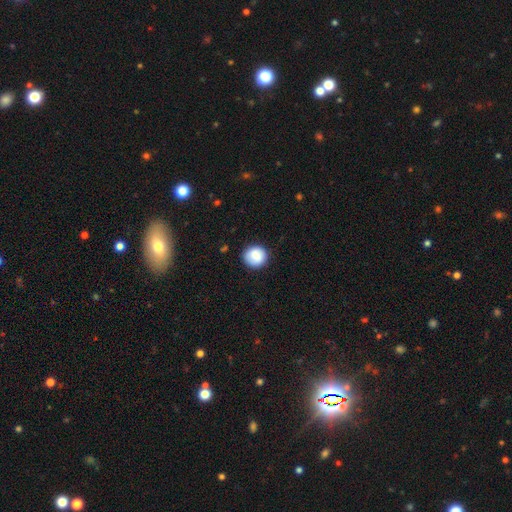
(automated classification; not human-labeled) smooth_or_featured: smooth (p=0.85) [alt: star or artifact p=0.08]
how_rounded: round (p=0.90) [alt: in between p=0.09]
merging: none (p=0.86) [alt: minor disturbance p=0.11]